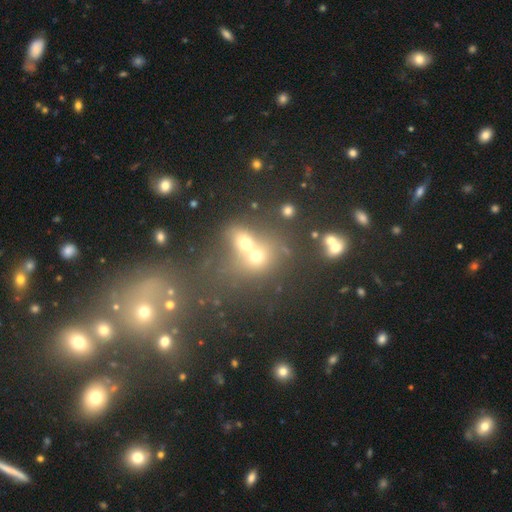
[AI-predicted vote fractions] A smooth galaxy with no disk features (60%) that is round (66%). Merging: merger (55%).